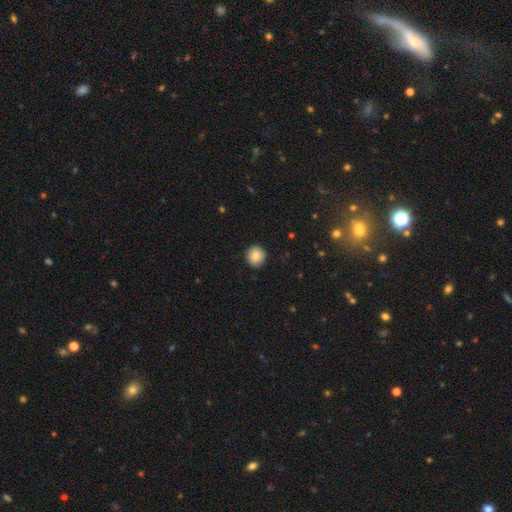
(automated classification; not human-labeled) Overall: smooth (83%). How rounded: round (91%). Merging: none (89%).